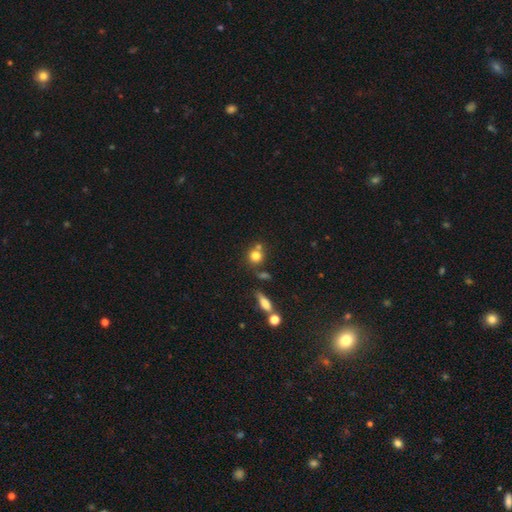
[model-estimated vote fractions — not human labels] A smooth galaxy with no disk features (76%) that is round (85%). Merging: none (57%).